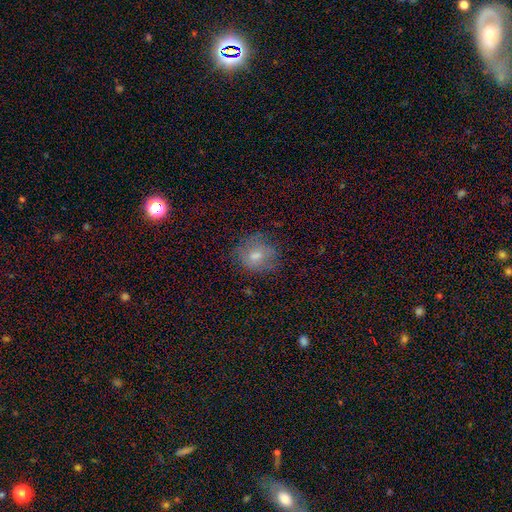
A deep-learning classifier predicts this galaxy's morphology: Overall: smooth (58%; featured or disk 25%). How rounded: round (76%). Merging: none (71%).